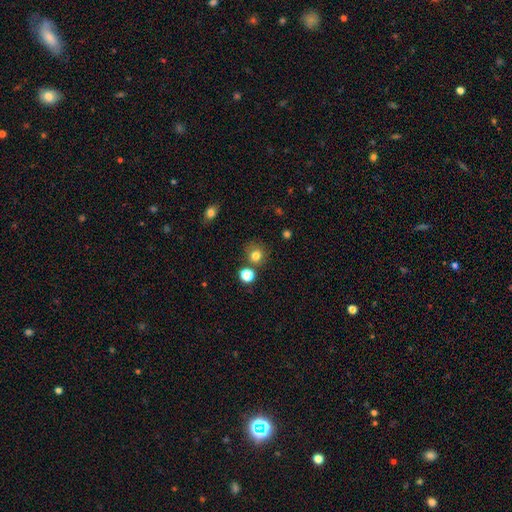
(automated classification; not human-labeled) Smooth or featured?
  - smooth: 79% *
  - star or artifact: 14%
  - featured or disk: 7%
How rounded?
  - round: 88% *
  - in between: 11%
  - cigar-shaped: 1%
Merging?
  - none: 74% *
  - merger: 11%
  - minor disturbance: 11%
  - major disturbance: 4%